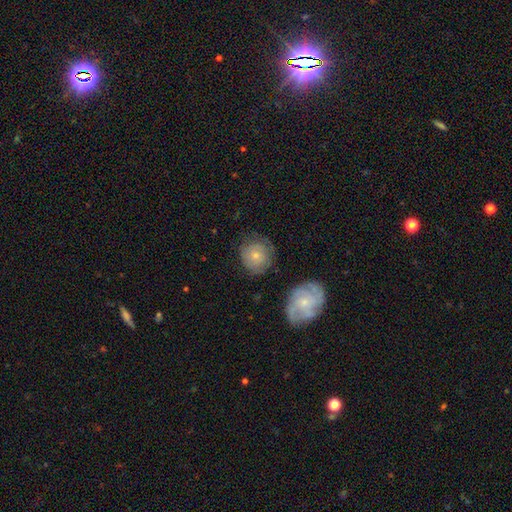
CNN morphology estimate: smooth-or-featured: smooth: 62% | featured or disk: 31% | star or artifact: 7%
  how-rounded: round: 87% | in between: 12% | cigar-shaped: 1%
  merging: none: 70% | minor disturbance: 18% | major disturbance: 8% | merger: 4%